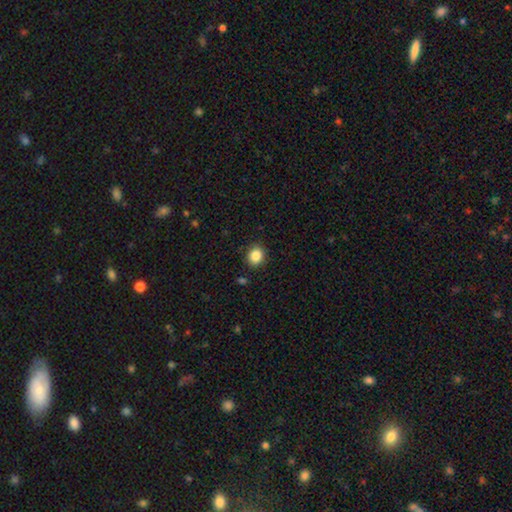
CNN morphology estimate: Smooth or featured? Predicted: smooth (p=0.86). How rounded? Predicted: round (p=0.67). Merging? Predicted: none (p=0.89).